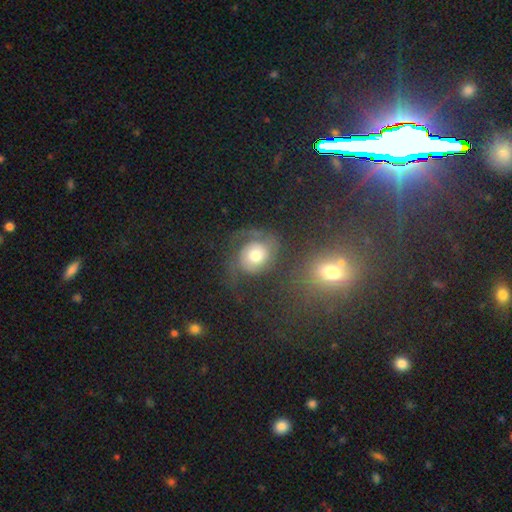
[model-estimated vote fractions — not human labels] Overall: featured or disk (59%; smooth 30%). Edge-on disk: no (97%). Bar: no (79%). Spiral arms: yes (84%). Bulge size: moderate (59%; large 25%). Merging: none (50%; major disturbance 23%).